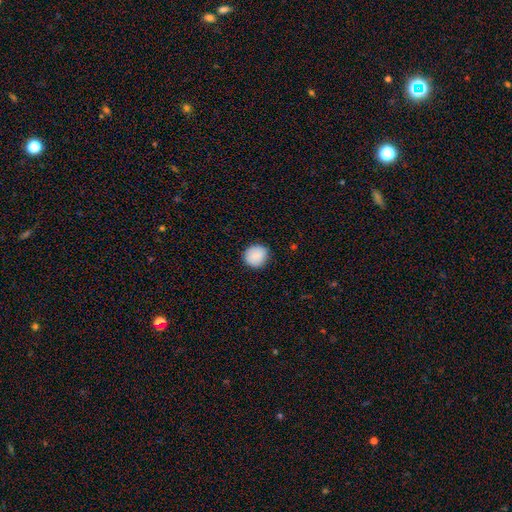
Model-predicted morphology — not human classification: type=smooth (89%); roundness=round (88%); merging=none (88%).